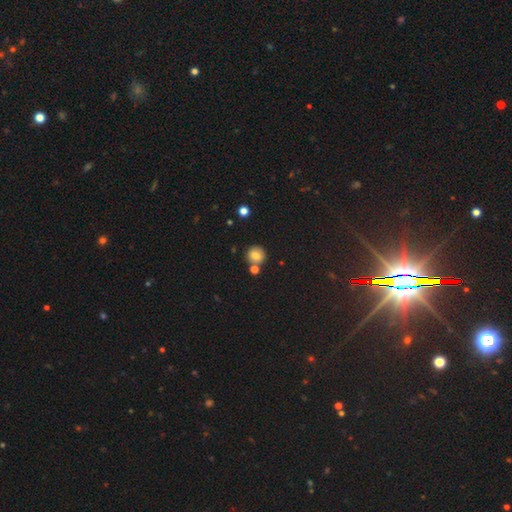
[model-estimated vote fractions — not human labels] smooth 78%, star or artifact 13%, featured or disk 10%. Down the decision tree: how rounded — round (91%); merging — none (75%).